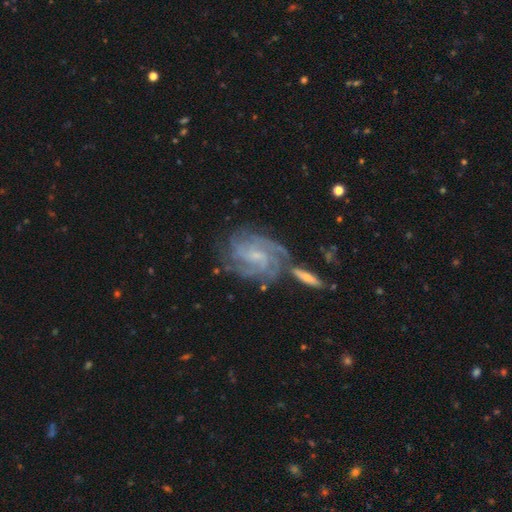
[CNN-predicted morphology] Smooth or featured: featured or disk — 88% (star or artifact — 6%)
Edge-on disk: no — 97% (yes — 3%)
Bar: weak — 46% (no — 42%)
Spiral arms: yes — 97% (no — 3%)
Spiral winding: tight — 61% (medium — 33%)
Spiral arm count: 4 — 27% (3 — 25%)
Bulge size: small — 70% (moderate — 17%)
Merging: none — 63% (minor disturbance — 17%)